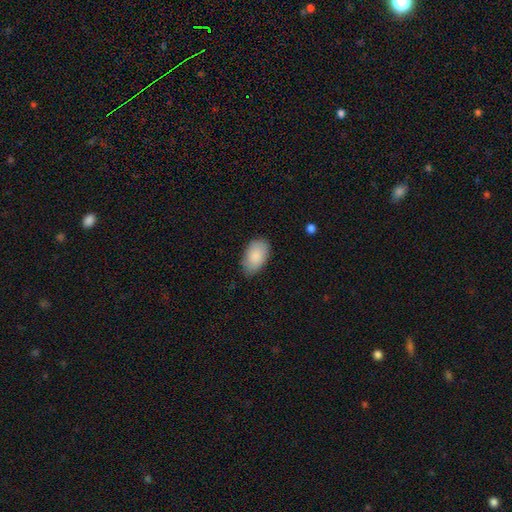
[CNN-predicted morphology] This is clearly a smooth galaxy (87%). How rounded: clearly in between (94%). Merging: likely none (75%).